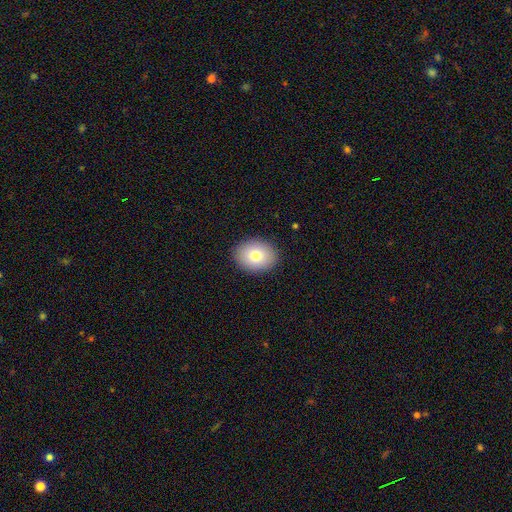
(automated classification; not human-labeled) Smooth or featured? Predicted: smooth (p=0.79). How rounded? Predicted: in between (p=0.54). Merging? Predicted: none (p=0.90).